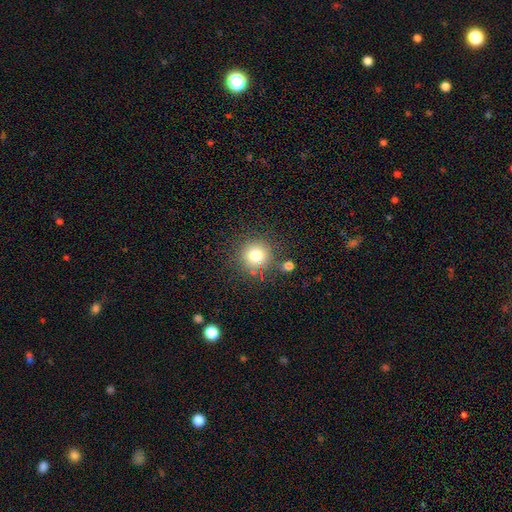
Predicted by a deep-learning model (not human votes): Overall: smooth (78%). How rounded: round (93%). Merging: none (80%).